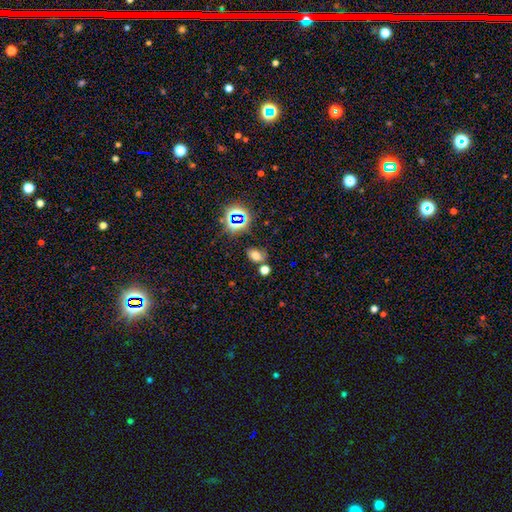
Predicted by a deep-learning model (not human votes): The model was most divided on "smooth or featured": smooth: 61%, star or artifact: 27%, featured or disk: 11%. More confident: how rounded — in between (79%); merging — none (67%).